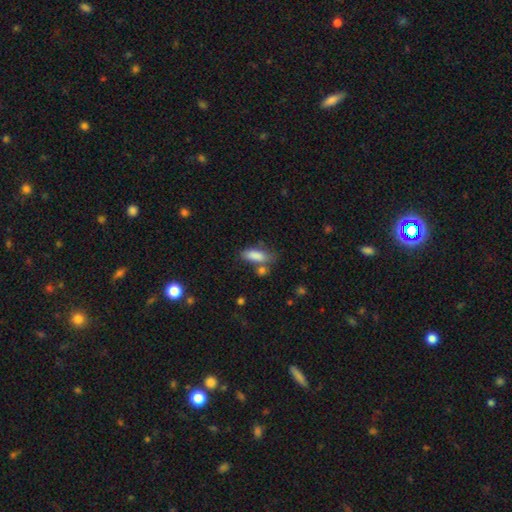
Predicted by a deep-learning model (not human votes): Smooth or featured: smooth — 85% (star or artifact — 8%)
How rounded: in between — 72% (cigar-shaped — 25%)
Merging: none — 58% (minor disturbance — 19%)